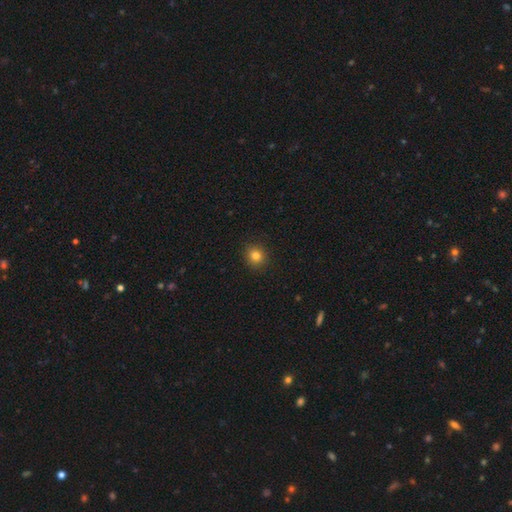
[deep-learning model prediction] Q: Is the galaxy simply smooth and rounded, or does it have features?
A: smooth — 82%.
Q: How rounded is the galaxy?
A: round — 85%.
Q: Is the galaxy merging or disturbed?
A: none — 91%.